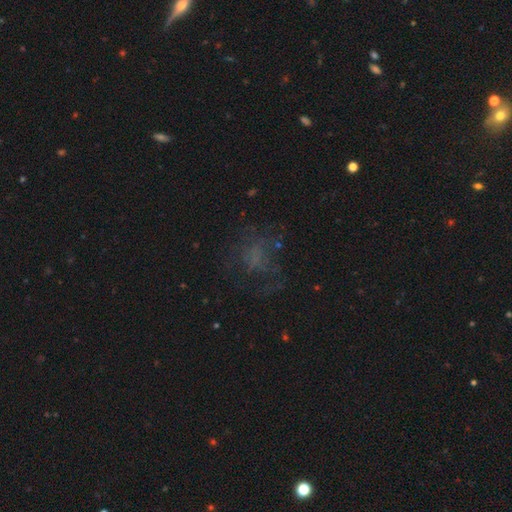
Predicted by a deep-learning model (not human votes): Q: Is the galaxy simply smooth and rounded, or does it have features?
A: smooth — 37%.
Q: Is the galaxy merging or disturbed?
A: none — 53%.